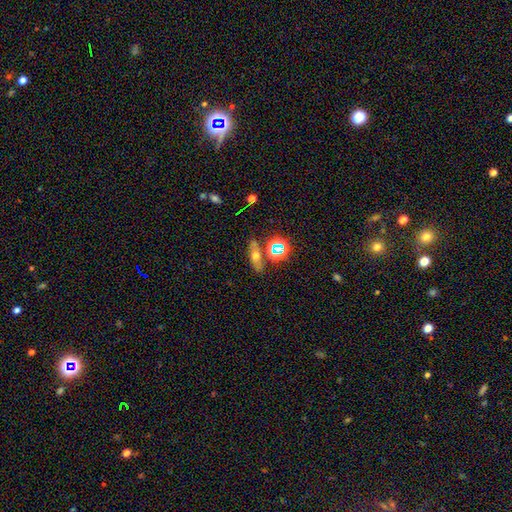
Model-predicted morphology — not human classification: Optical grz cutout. It shows a smooth galaxy with no disk features (49%). Merging: none (73%).